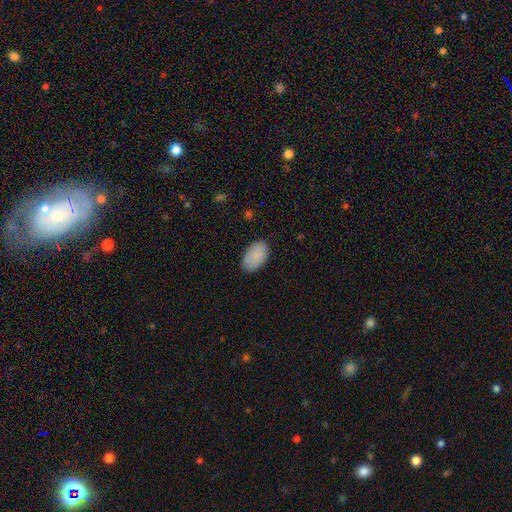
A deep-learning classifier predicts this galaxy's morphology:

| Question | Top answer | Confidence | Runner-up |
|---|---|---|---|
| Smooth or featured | smooth | 88% | star or artifact (6%) |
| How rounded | in between | 94% | round (5%) |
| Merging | none | 84% | minor disturbance (13%) |